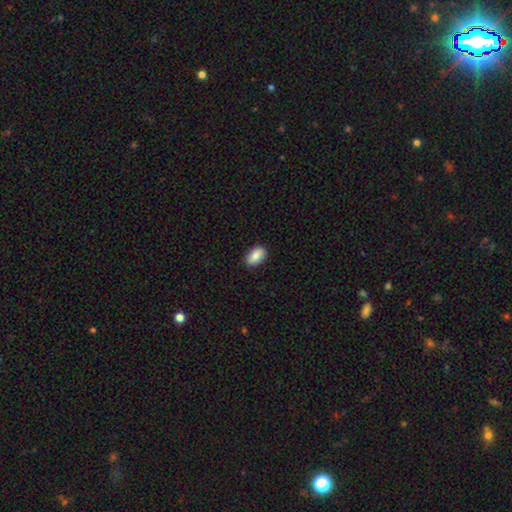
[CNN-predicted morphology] smooth_or_featured: smooth (p=0.86) [alt: featured or disk p=0.07]
how_rounded: in between (p=0.93) [alt: round p=0.06]
merging: none (p=0.89) [alt: minor disturbance p=0.08]